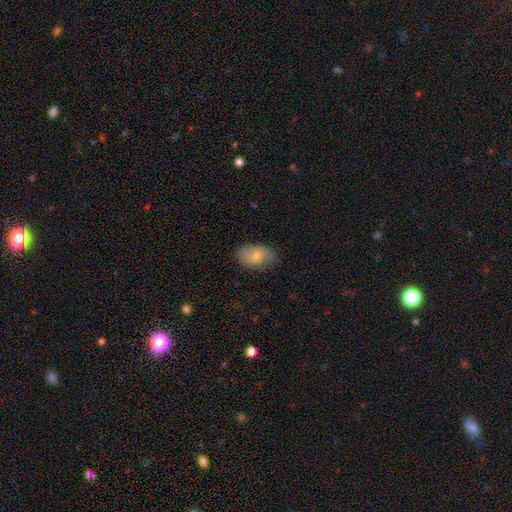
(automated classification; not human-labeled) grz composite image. It shows a smooth galaxy with no disk features (66%) that is in between round and cigar-shaped (86%). Merging: none (69%).